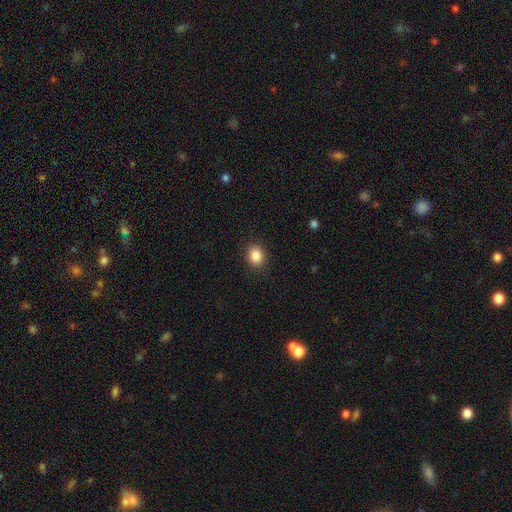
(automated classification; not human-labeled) The model was most divided on "how rounded": round: 54%, in between: 45%, cigar-shaped: 1%. More confident: merging — none (89%); smooth or featured — smooth (87%).